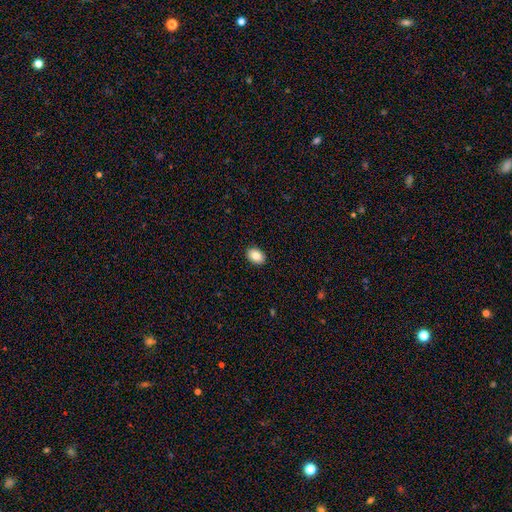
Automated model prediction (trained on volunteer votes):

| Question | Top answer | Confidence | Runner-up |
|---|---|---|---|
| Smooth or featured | smooth | 85% | star or artifact (8%) |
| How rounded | in between | 79% | round (20%) |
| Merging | none | 91% | minor disturbance (7%) |